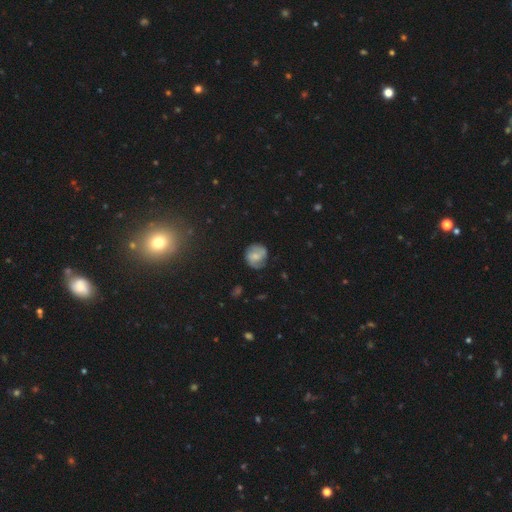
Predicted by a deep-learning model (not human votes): Smooth or featured? Predicted: smooth (p=0.47). Merging? Predicted: none (p=0.70).